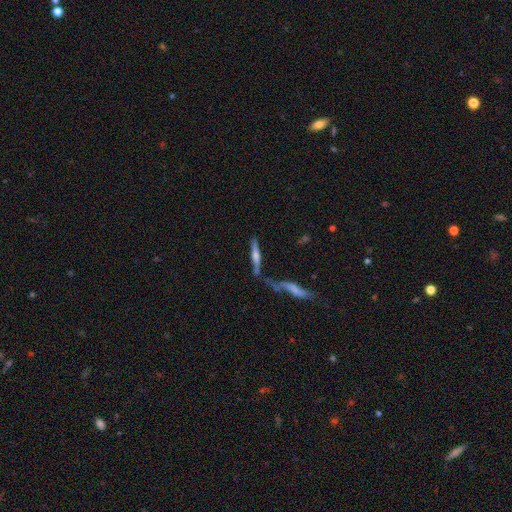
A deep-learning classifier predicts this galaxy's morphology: featured or disk 54%, smooth 38%, star or artifact 8%. Down the decision tree: edge-on disk — yes (92%); edge-on bulge — rounded (73%); merging — none (57%).